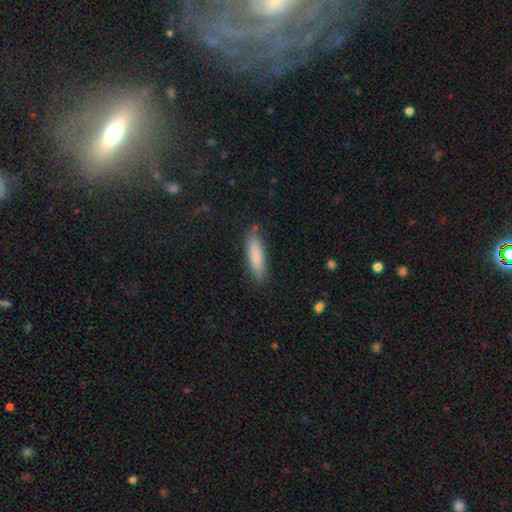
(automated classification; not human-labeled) smooth 84%, featured or disk 9%, star or artifact 6%. Down the decision tree: how rounded — cigar-shaped (67%); merging — none (85%).